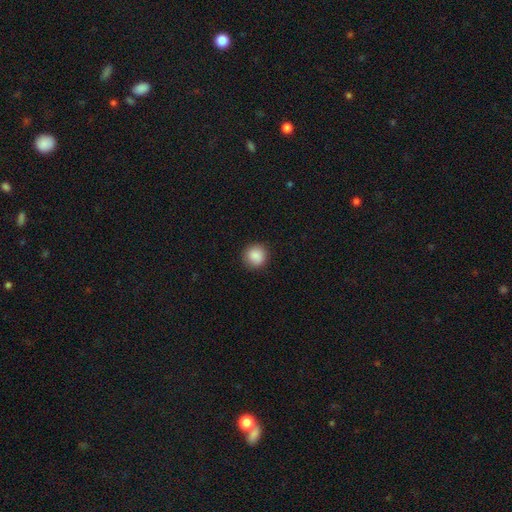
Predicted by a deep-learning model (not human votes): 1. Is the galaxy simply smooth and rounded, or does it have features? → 89% smooth, 8% star or artifact, 3% featured or disk.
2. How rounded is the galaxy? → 92% round, 7% in between, 1% cigar-shaped.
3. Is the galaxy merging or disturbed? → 89% none, 8% minor disturbance, 2% major disturbance, 1% merger.